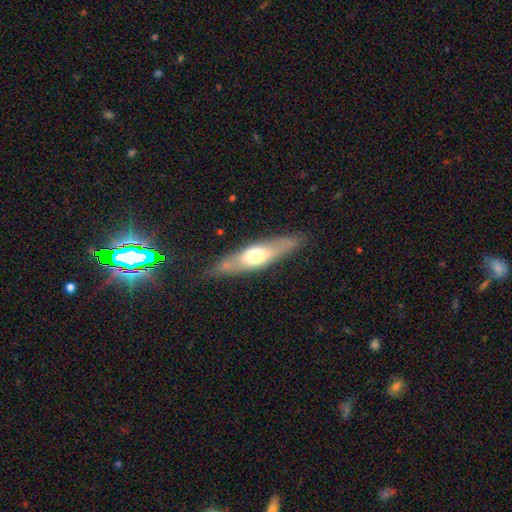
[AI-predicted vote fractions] This appears to be a smooth galaxy with no disk features (49%). Merging: none (80%).